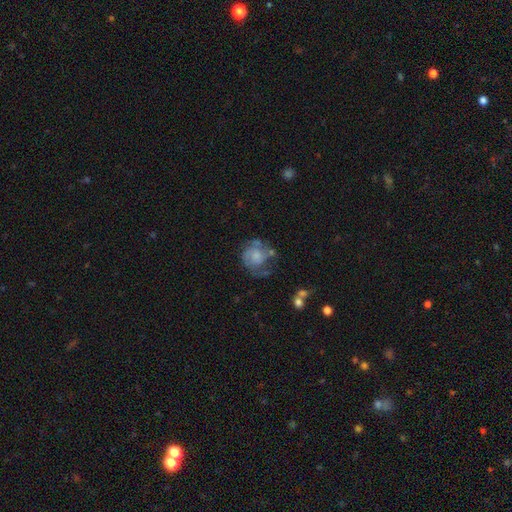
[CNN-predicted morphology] The model was most divided on "bulge size" (2-way tie): small: 32%, moderate: 32%, none: 23%, large: 12%, dominant: 2%. Remaining: edge-on disk — no (98%); spiral arms — yes (77%); bar — no (75%); smooth or featured — featured or disk (59%); merging — none (43%).